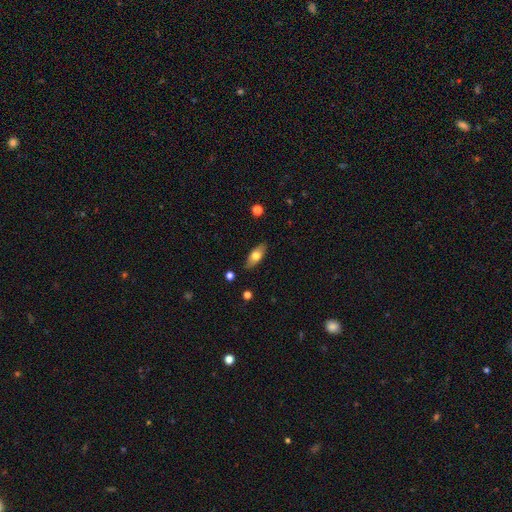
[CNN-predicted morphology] Overall: smooth (65%; featured or disk 29%). How rounded: in between (78%). Merging: none (86%).